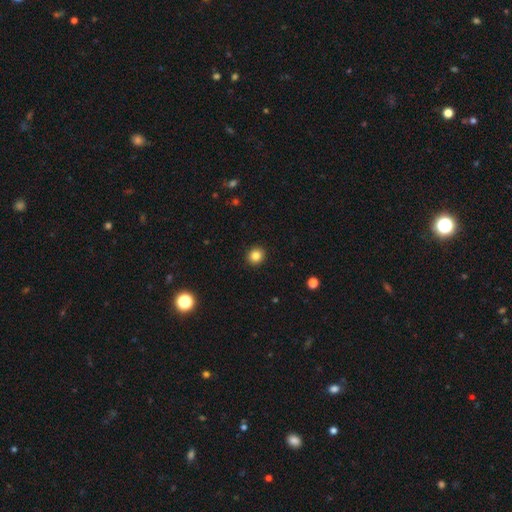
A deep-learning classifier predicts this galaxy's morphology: smooth_or_featured: smooth (p=0.84) [alt: star or artifact p=0.11]
how_rounded: round (p=0.86) [alt: in between p=0.13]
merging: none (p=0.92) [alt: minor disturbance p=0.05]